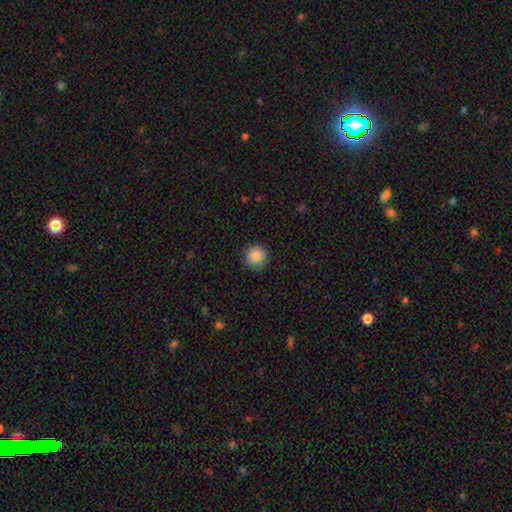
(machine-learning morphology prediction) A smooth galaxy with no disk features (88%) that is round (95%). Merging: none (90%).